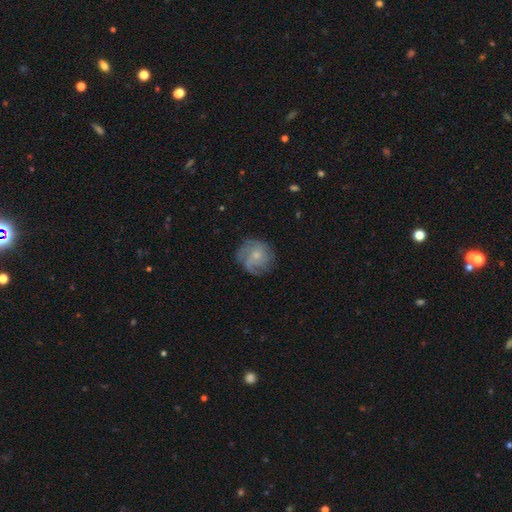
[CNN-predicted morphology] A featured or disk galaxy (66%) with no bar (77%), tight (45%) spiral arms (89%) and a small central bulge (70%).

Vote fractions:
- Smooth or featured? featured or disk: 66% / smooth: 26% / star or artifact: 8%
- Edge-on disk? no: 98% / yes: 2%
- Bar? no: 77% / weak: 20% / strong: 2%
- Spiral arms? yes: 89% / no: 11%
- Spiral winding? tight: 45% / medium: 39% / loose: 16%
- Spiral arm count? can't tell: 33% / 3: 24% / 4: 18% / 2: 11% / more than 4: 7% / 1: 6%
- Bulge size? small: 70% / moderate: 22% / none: 5% / large: 1% / dominant: 1%
- Merging? none: 70% / minor disturbance: 19% / major disturbance: 10% / merger: 1%